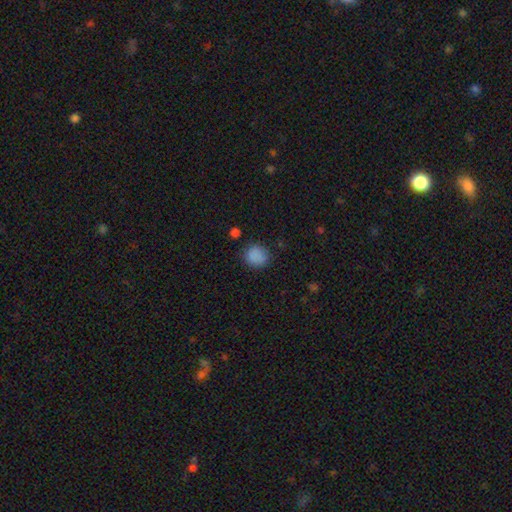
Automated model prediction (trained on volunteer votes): This is clearly a smooth galaxy (85%). How rounded: clearly round (81%). Merging: clearly none (81%).